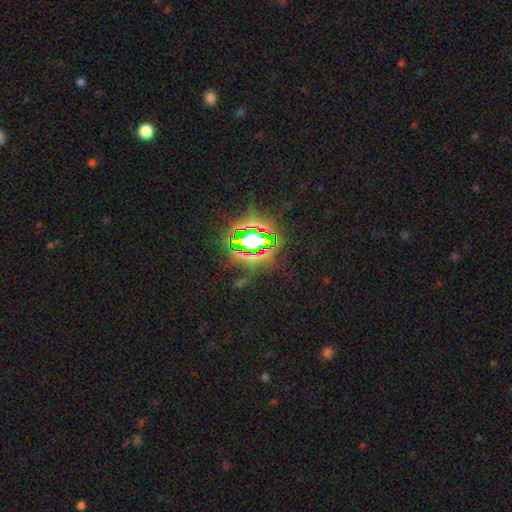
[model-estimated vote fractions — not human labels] Smooth or featured?
  - star or artifact: 82% *
  - smooth: 11%
  - featured or disk: 8%